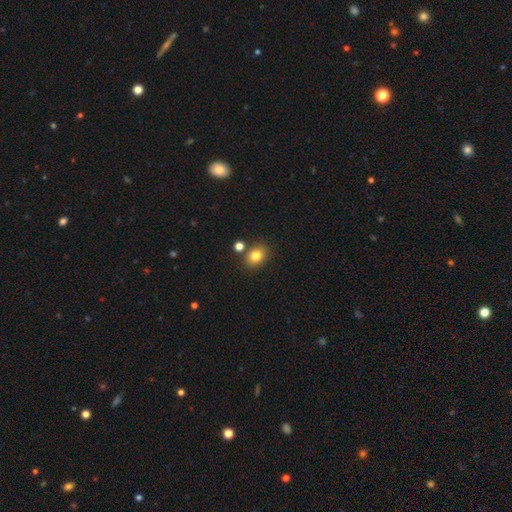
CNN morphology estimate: Smooth or featured: smooth — 81% (star or artifact — 12%)
How rounded: in between — 51% (round — 48%)
Merging: none — 76% (minor disturbance — 10%)